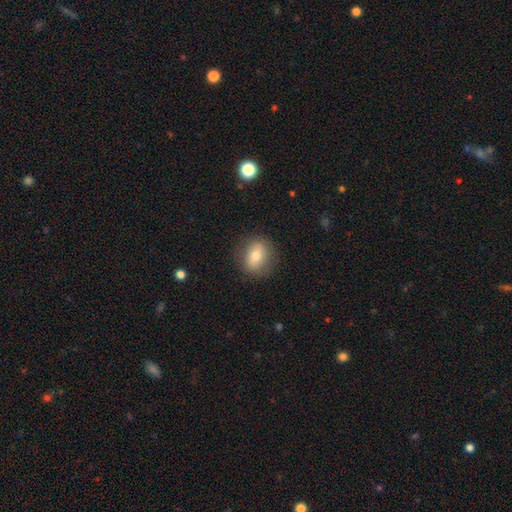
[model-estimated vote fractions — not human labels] A smooth galaxy with no disk features (70%) that is round (52%).

Vote fractions:
- Smooth or featured? smooth: 70% / featured or disk: 20% / star or artifact: 10%
- How rounded? round: 52% / in between: 46% / cigar-shaped: 2%
- Merging? none: 85% / minor disturbance: 11% / major disturbance: 3% / merger: 1%